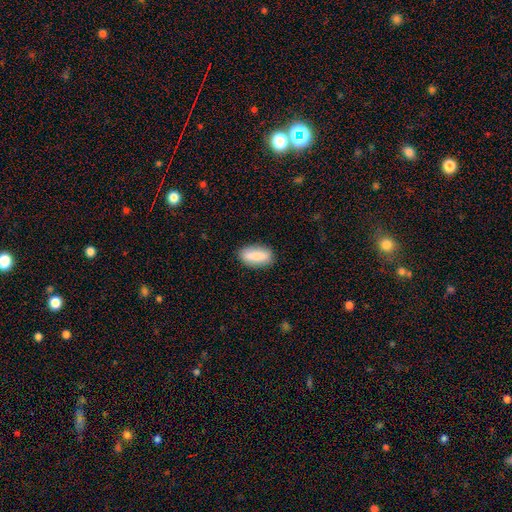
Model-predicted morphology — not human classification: smooth-or-featured: smooth: 83% | featured or disk: 10% | star or artifact: 7%
  how-rounded: in between: 79% | cigar-shaped: 18% | round: 3%
  merging: none: 85% | minor disturbance: 11% | major disturbance: 3% | merger: 1%